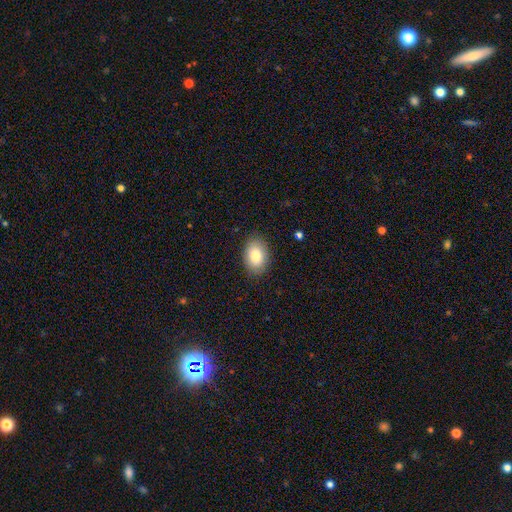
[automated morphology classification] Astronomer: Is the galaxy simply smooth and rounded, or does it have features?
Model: smooth — 85%.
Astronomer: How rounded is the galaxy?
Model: in between — 87%.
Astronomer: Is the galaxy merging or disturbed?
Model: none — 87%.